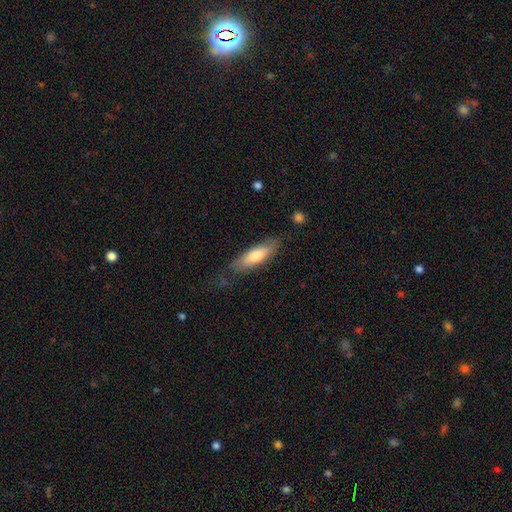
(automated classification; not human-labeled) A smooth galaxy with no disk features (74%) that is in between round and cigar-shaped (52%).

Vote fractions:
- Smooth or featured? smooth: 74% / featured or disk: 21% / star or artifact: 5%
- How rounded? in between: 52% / cigar-shaped: 46% / round: 2%
- Merging? none: 69% / minor disturbance: 22% / major disturbance: 7% / merger: 2%